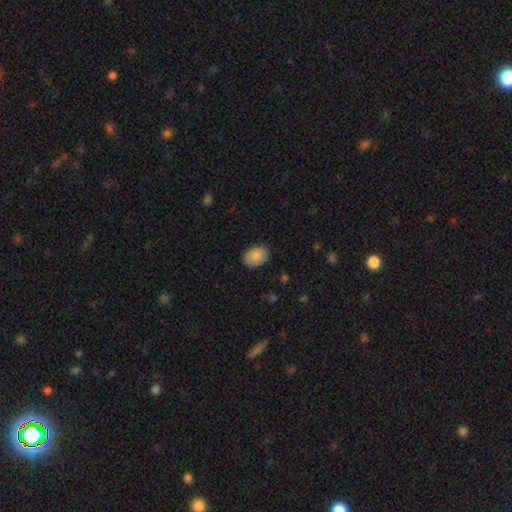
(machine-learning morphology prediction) Smooth or featured? smooth (89%)
How rounded? in between (76%)
Merging? none (85%)